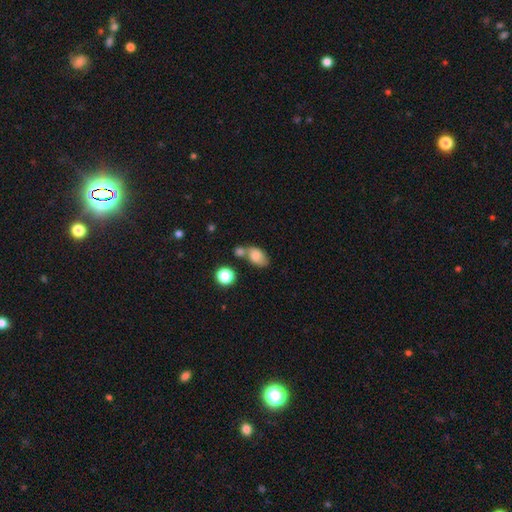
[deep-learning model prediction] This appears to be a smooth galaxy with no disk features (78%) that is in between round and cigar-shaped (84%). Merging: none (41%).